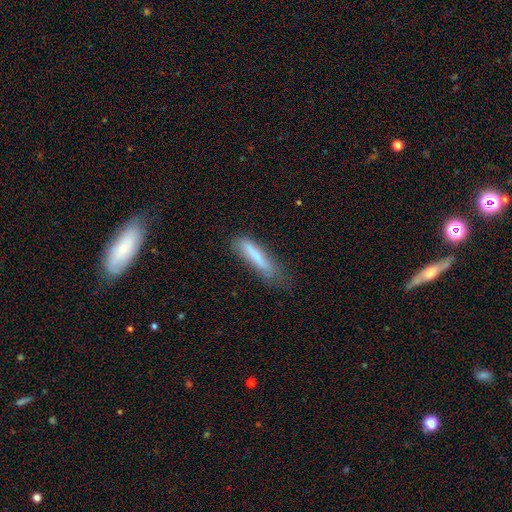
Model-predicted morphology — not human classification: smooth-or-featured: smooth: 72% | featured or disk: 21% | star or artifact: 7%
  how-rounded: cigar-shaped: 85% | in between: 14% | round: 1%
  merging: none: 56% | minor disturbance: 30% | major disturbance: 12% | merger: 2%